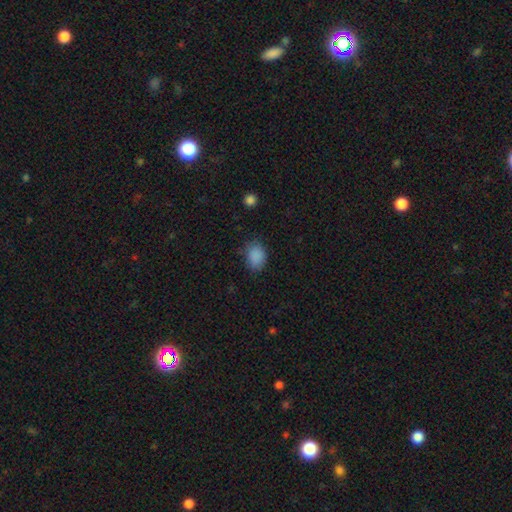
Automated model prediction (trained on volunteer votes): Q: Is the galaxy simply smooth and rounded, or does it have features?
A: smooth — 87%.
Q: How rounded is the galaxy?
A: in between — 66%.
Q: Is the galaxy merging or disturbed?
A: none — 76%.